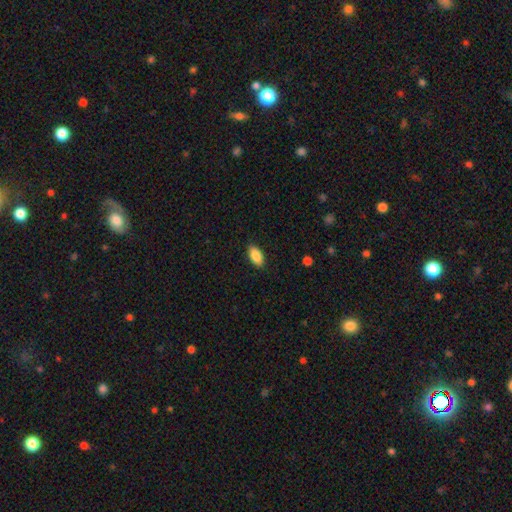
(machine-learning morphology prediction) A smooth galaxy with no disk features (87%) that is in between round and cigar-shaped (92%). Merging: none (89%).